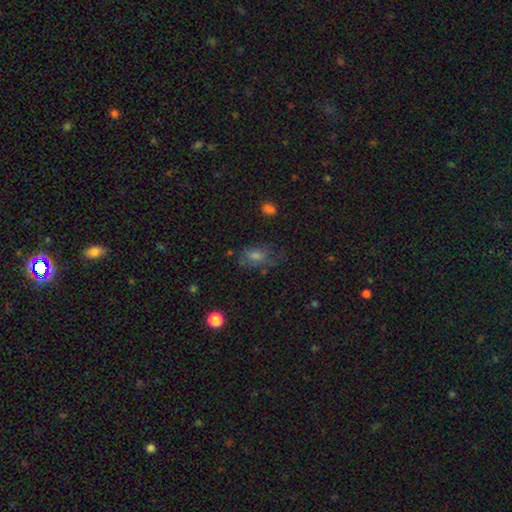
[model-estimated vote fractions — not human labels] Smooth or featured? smooth (59%)
How rounded? in between (77%)
Merging? none (58%)